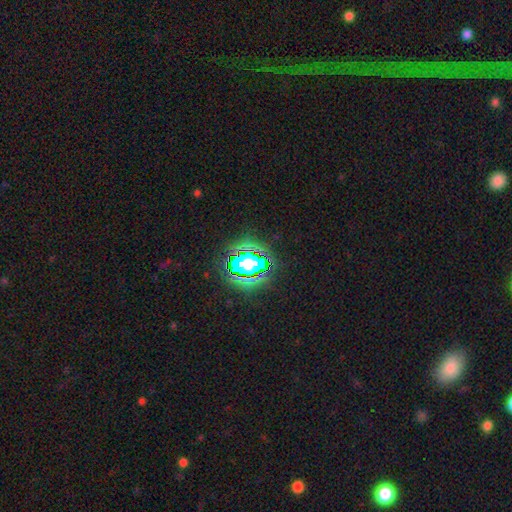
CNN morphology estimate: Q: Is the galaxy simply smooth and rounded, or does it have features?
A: star or artifact — 61%.